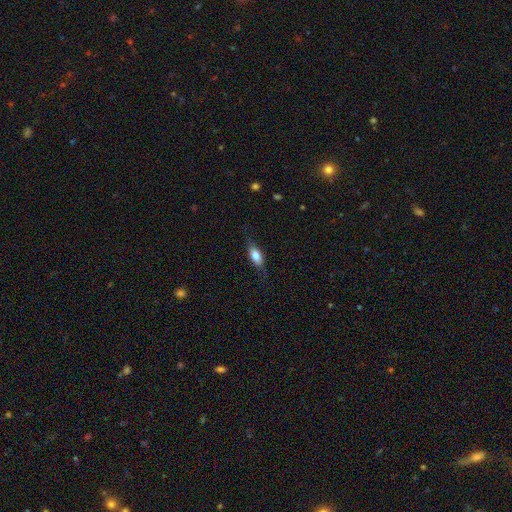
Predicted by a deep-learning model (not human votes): Smooth or featured?
  - smooth: 70% *
  - featured or disk: 23%
  - star or artifact: 7%
How rounded?
  - in between: 76% *
  - cigar-shaped: 19%
  - round: 5%
Merging?
  - none: 75% *
  - minor disturbance: 18%
  - major disturbance: 6%
  - merger: 1%